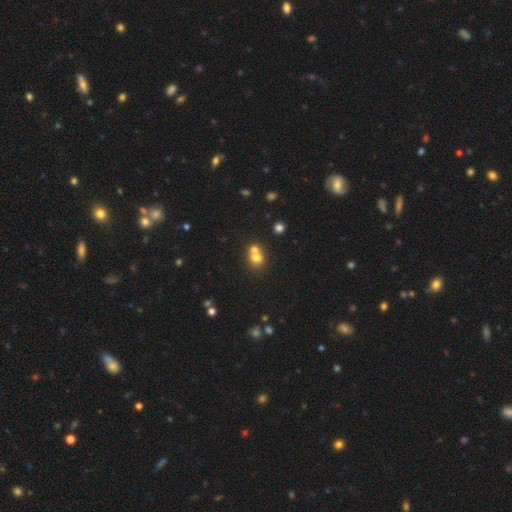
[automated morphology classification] Smooth or featured? smooth (69%)
How rounded? round (71%)
Merging? merger (60%)